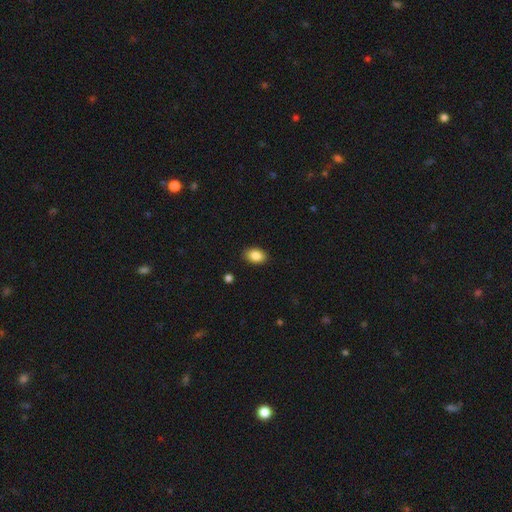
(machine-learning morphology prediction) Overall: smooth (87%). How rounded: in between (85%). Merging: none (88%).